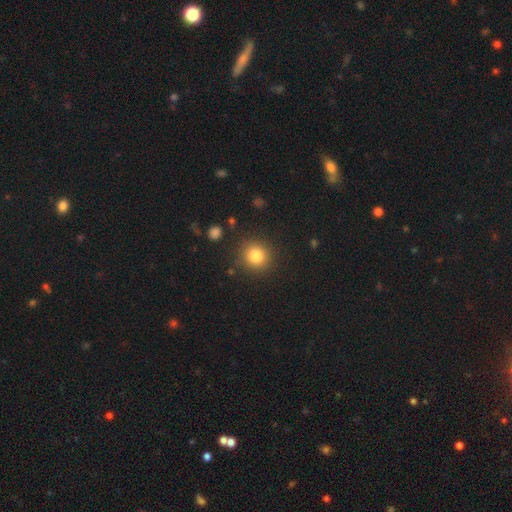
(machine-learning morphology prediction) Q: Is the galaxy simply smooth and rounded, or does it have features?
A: smooth — 82%.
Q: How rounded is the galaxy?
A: round — 91%.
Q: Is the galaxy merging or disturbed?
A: none — 88%.